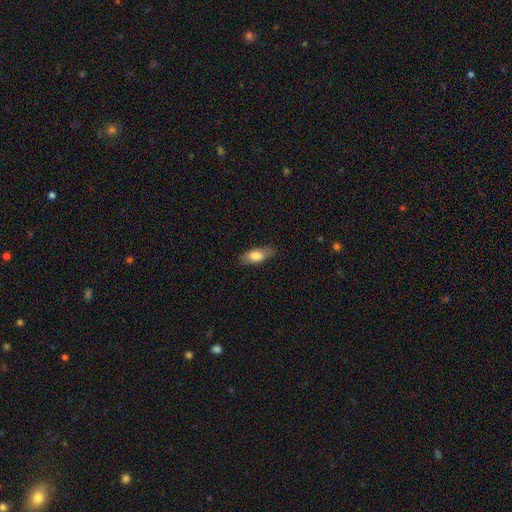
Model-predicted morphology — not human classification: Q: Smooth or featured?
A: smooth (77%); runner-up: featured or disk (17%)
Q: How rounded?
A: in between (81%); runner-up: cigar-shaped (15%)
Q: Merging?
A: none (81%); runner-up: minor disturbance (15%)